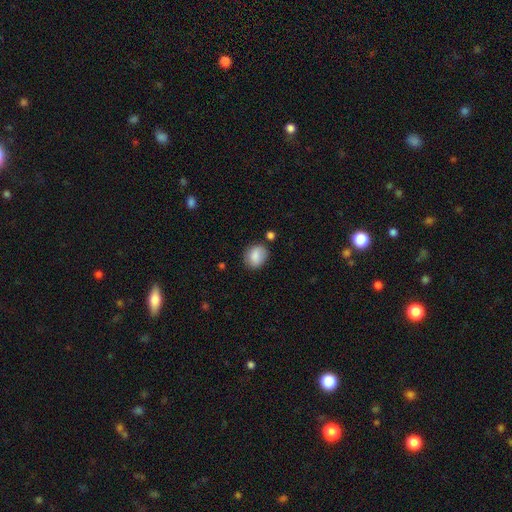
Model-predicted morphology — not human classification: A smooth galaxy with no disk features (85%) that is round (54%).

Vote fractions:
- Smooth or featured? smooth: 85% / star or artifact: 8% / featured or disk: 8%
- How rounded? round: 54% / in between: 45% / cigar-shaped: 1%
- Merging? none: 74% / minor disturbance: 17% / merger: 4% / major disturbance: 4%